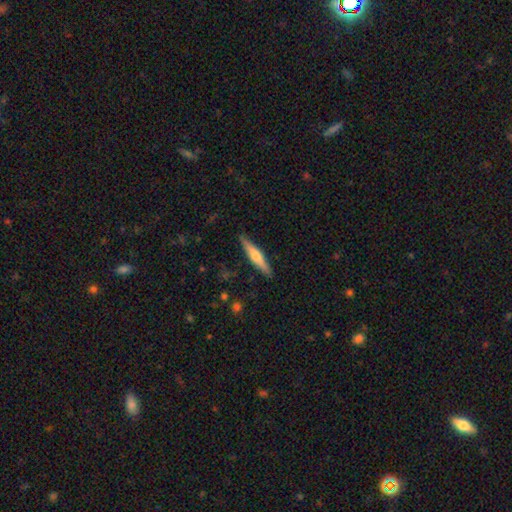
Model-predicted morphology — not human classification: This appears to be a smooth galaxy with no disk features (49%). Merging: none (89%).